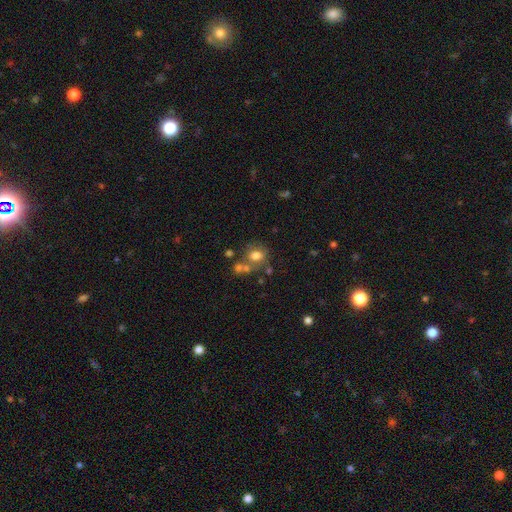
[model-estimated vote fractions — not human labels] A smooth galaxy with no disk features (72%) that is round (66%). Merging: none (54%).